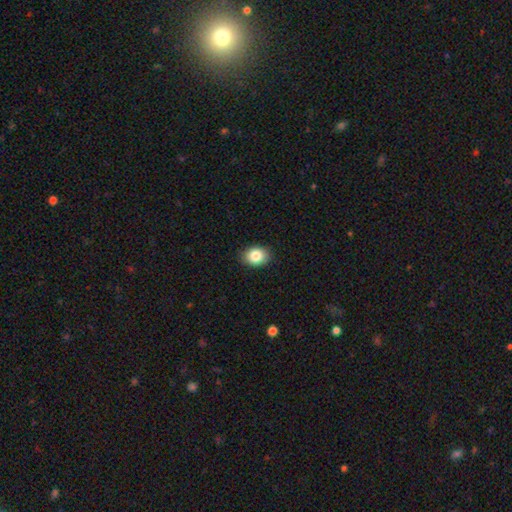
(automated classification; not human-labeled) Q: Smooth or featured?
A: smooth (85%); runner-up: star or artifact (9%)
Q: How rounded?
A: in between (65%); runner-up: round (34%)
Q: Merging?
A: none (89%); runner-up: minor disturbance (9%)